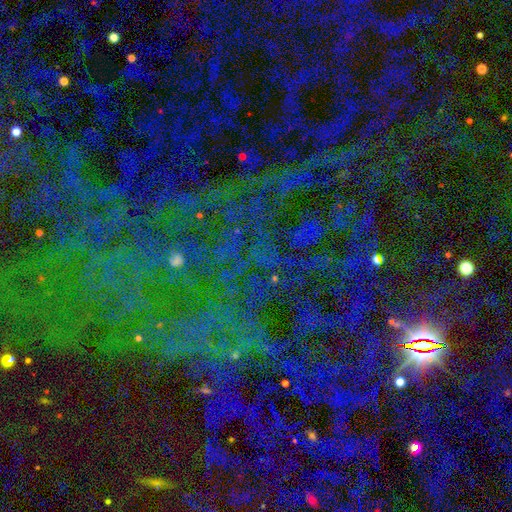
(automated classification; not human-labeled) Smooth or featured? star or artifact (80%)